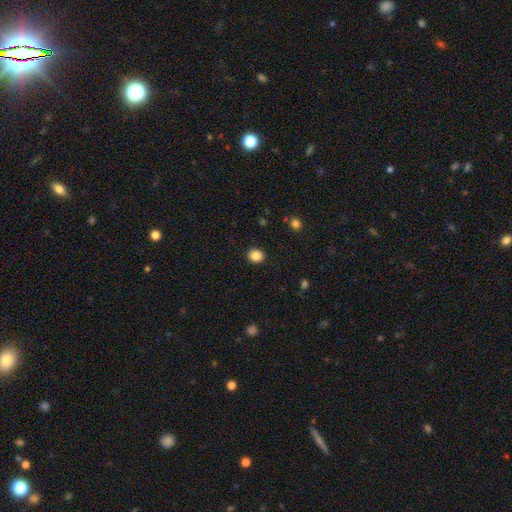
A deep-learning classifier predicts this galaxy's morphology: Smooth or featured: smooth — 86% (star or artifact — 10%)
How rounded: round — 79% (in between — 20%)
Merging: none — 91% (minor disturbance — 6%)